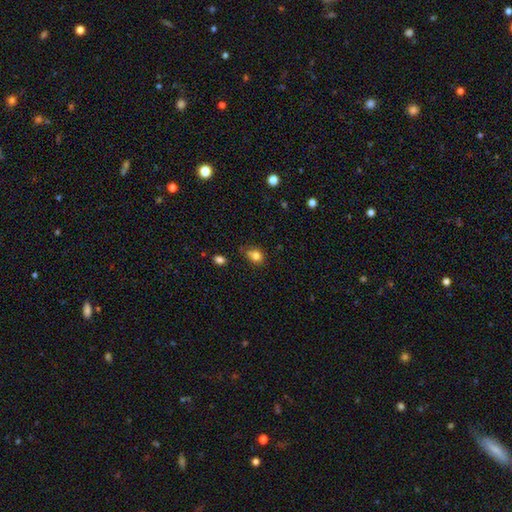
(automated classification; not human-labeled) Smooth or featured? smooth (81%)
How rounded? round (60%)
Merging? none (60%)